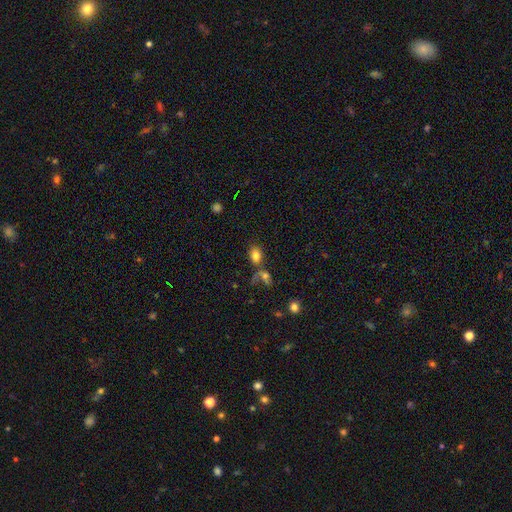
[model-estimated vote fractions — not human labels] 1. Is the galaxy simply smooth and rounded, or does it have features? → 80% smooth, 10% star or artifact, 9% featured or disk.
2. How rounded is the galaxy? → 72% in between, 26% round, 2% cigar-shaped.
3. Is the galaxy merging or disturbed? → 54% none, 27% merger, 12% minor disturbance, 7% major disturbance.